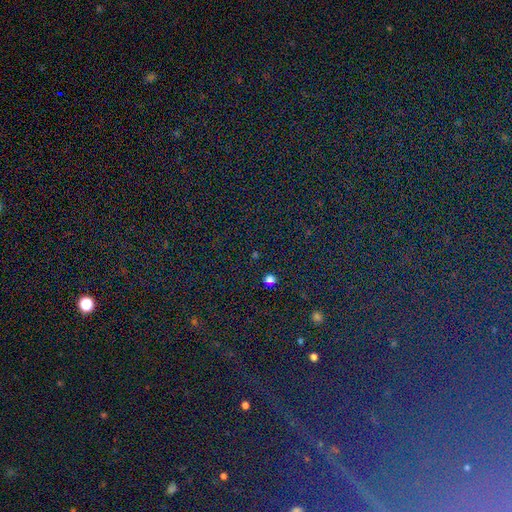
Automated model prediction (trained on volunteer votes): Smooth or featured?
  - star or artifact: 84% *
  - smooth: 9%
  - featured or disk: 7%